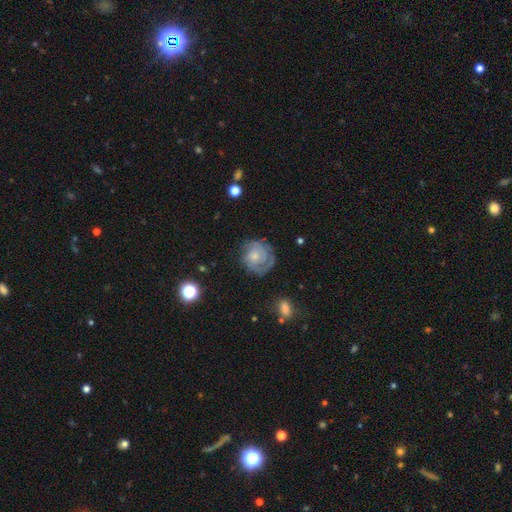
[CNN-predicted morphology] Smooth or featured: featured or disk — 70% (smooth — 23%)
Edge-on disk: no — 98% (yes — 2%)
Bar: no — 77% (weak — 20%)
Spiral arms: yes — 89% (no — 11%)
Spiral winding: tight — 68% (medium — 24%)
Spiral arm count: 2 — 33% (tied with can't tell — 33%)
Bulge size: small — 54% (moderate — 31%)
Merging: none — 66% (minor disturbance — 20%)